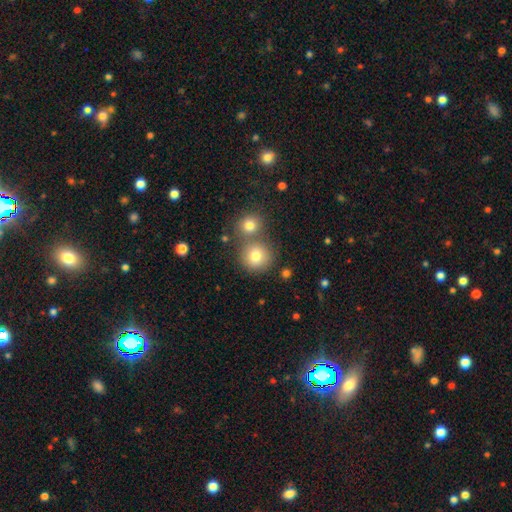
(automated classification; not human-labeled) Q: Smooth or featured?
A: smooth (79%); runner-up: star or artifact (12%)
Q: How rounded?
A: round (90%); runner-up: in between (9%)
Q: Merging?
A: none (62%); runner-up: merger (27%)